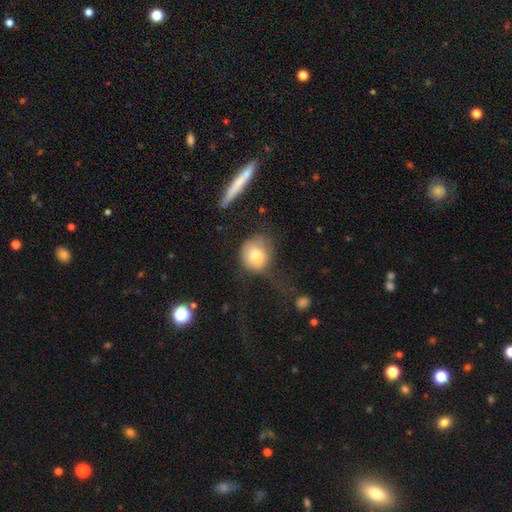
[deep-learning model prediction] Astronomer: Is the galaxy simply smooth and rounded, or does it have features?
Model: smooth — 76%.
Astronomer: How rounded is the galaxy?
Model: round — 82%.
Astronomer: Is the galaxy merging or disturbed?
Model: none — 42% (runner-up: major disturbance, 27%).